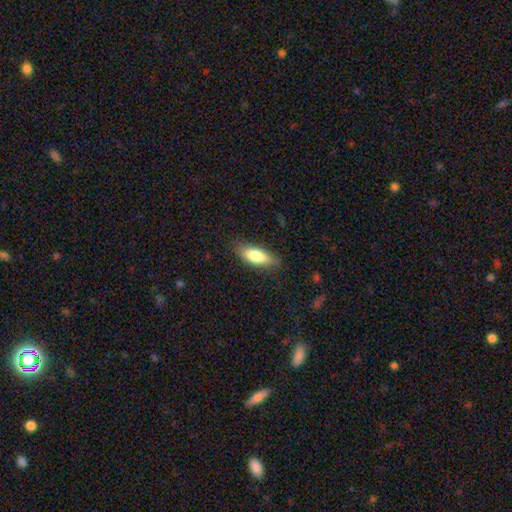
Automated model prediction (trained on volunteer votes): smooth-or-featured: smooth: 75% | featured or disk: 18% | star or artifact: 6%
  how-rounded: in between: 66% | cigar-shaped: 32% | round: 2%
  merging: none: 84% | minor disturbance: 13% | major disturbance: 3% | merger: 1%